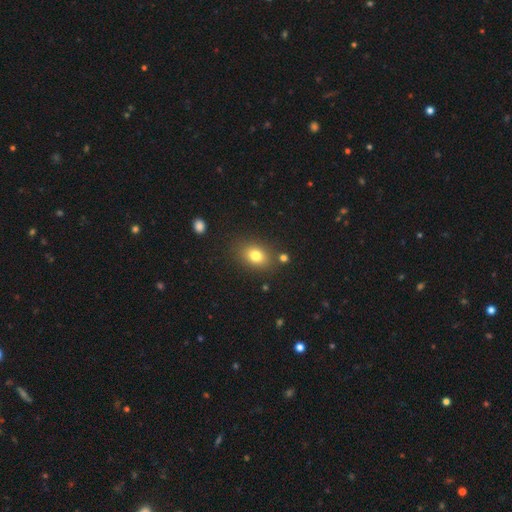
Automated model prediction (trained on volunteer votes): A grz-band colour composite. It shows a smooth galaxy with no disk features (79%) that is in between round and cigar-shaped (69%). Merging: none (81%).